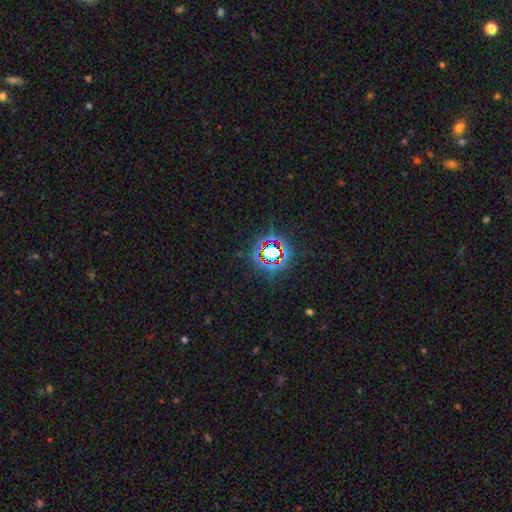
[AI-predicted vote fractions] smooth-or-featured: star or artifact: 78% | smooth: 13% | featured or disk: 9%